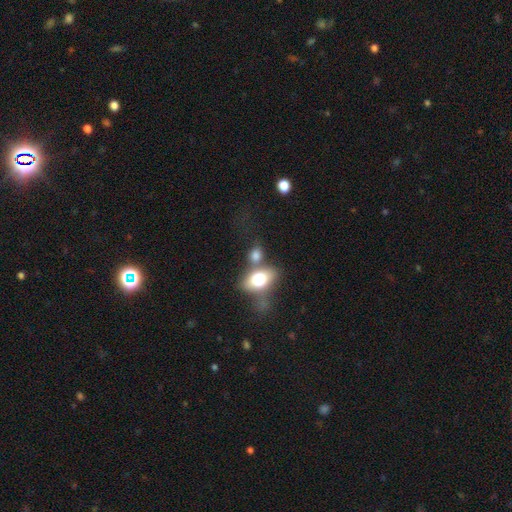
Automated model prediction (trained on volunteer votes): A smooth galaxy with no disk features (71%) that is in between round and cigar-shaped (73%). Merging: merger (39%).